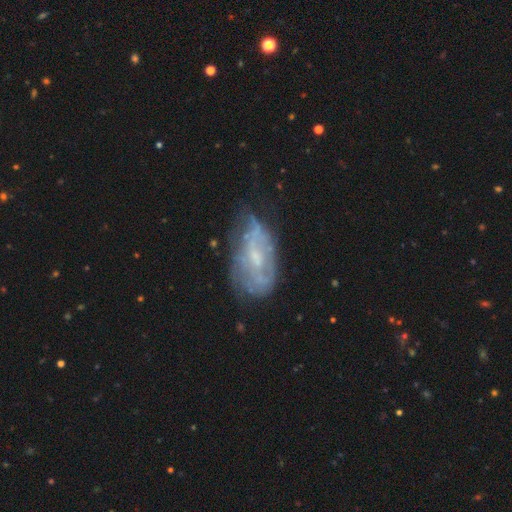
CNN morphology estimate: A featured or disk galaxy (66%) with no bar (50%), spiral arms (56%) and a small central bulge (50%).

Vote fractions:
- Smooth or featured? featured or disk: 66% / smooth: 25% / star or artifact: 10%
- Edge-on disk? no: 93% / yes: 7%
- Bar? no: 50% / weak: 41% / strong: 10%
- Spiral arms? yes: 56% / no: 44%
- Bulge size? small: 50% / moderate: 30% / none: 18% / large: 2% / dominant: 1%
- Merging? none: 53% / minor disturbance: 28% / major disturbance: 16% / merger: 3%